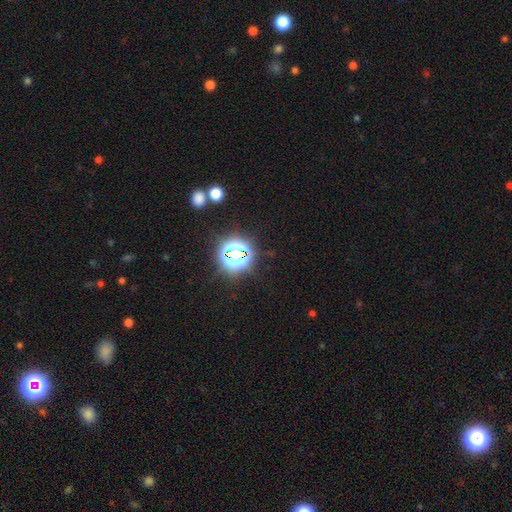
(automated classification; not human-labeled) Smooth or featured? star or artifact (79%)